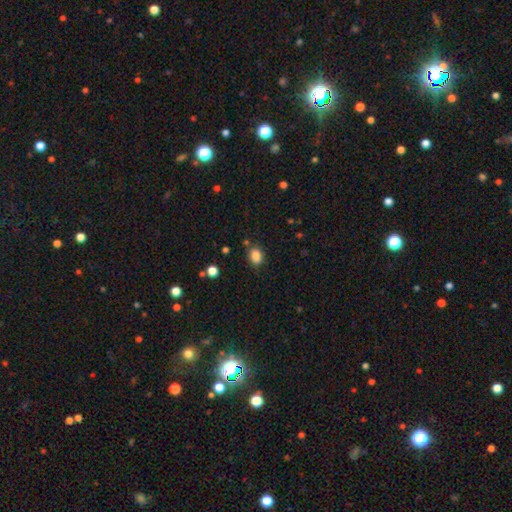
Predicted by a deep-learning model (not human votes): Morphology: type=smooth (86%); roundness=in between (67%); merging=none (79%).